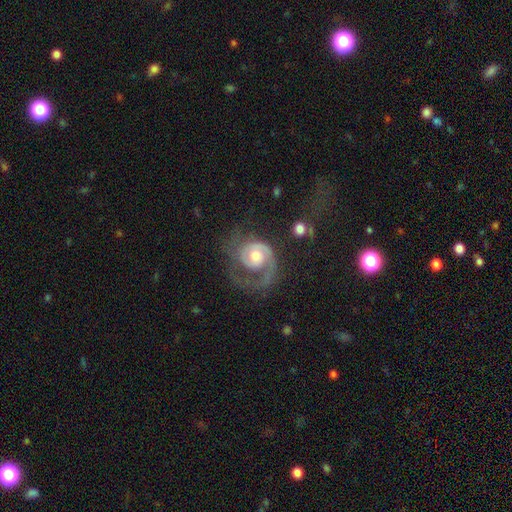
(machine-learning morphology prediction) A featured or disk galaxy (84%) with no bar (69%), 1 (69%) tight (41%) spiral arms (94%) and a moderate central bulge (63%).

Vote fractions:
- Smooth or featured? featured or disk: 84% / smooth: 11% / star or artifact: 5%
- Edge-on disk? no: 98% / yes: 2%
- Bar? no: 69% / weak: 26% / strong: 5%
- Spiral arms? yes: 94% / no: 6%
- Spiral winding? tight: 41% / medium: 40% / loose: 19%
- Spiral arm count? 1: 69% / 2: 20% / can't tell: 6% / 3: 3% / 4: 1% / more than 4: 1%
- Bulge size? moderate: 63% / small: 25% / large: 9% / none: 2% / dominant: 1%
- Merging? none: 46% / major disturbance: 34% / minor disturbance: 17% / merger: 3%